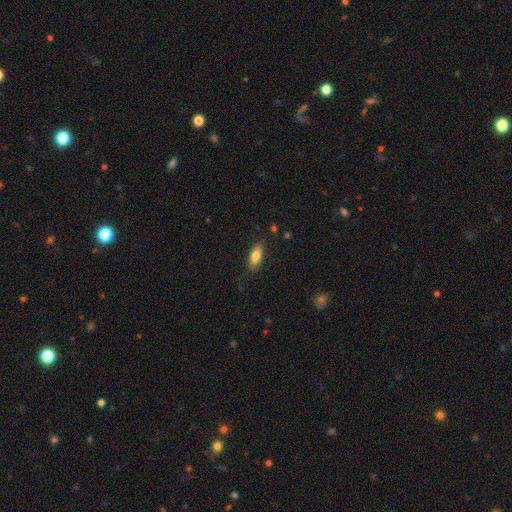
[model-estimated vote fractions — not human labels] smooth_or_featured: smooth (p=0.82) [alt: featured or disk p=0.11]
how_rounded: in between (p=0.78) [alt: cigar-shaped p=0.19]
merging: none (p=0.85) [alt: minor disturbance p=0.11]